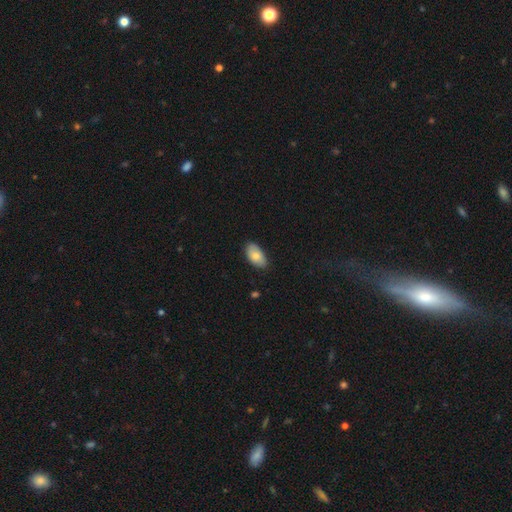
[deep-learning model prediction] Smooth or featured: smooth — 79% (featured or disk — 15%)
How rounded: in between — 94% (round — 4%)
Merging: none — 82% (minor disturbance — 14%)